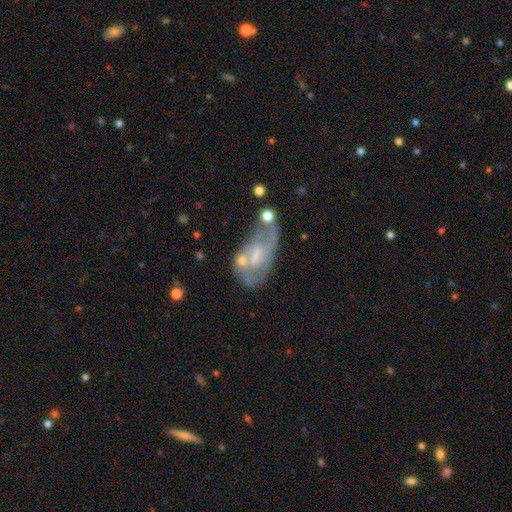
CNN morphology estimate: The model was most divided on "bar": weak: 45%, no: 40%, strong: 15%. Remaining: edge-on disk — no (94%); smooth or featured — featured or disk (68%); spiral arms — yes (65%); bulge size — small (42%); merging — none (34%).